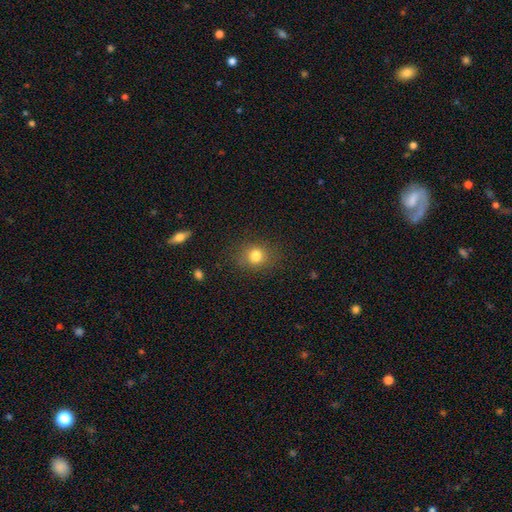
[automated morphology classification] smooth-or-featured: smooth: 79% | star or artifact: 13% | featured or disk: 8%
  how-rounded: round: 71% | in between: 28% | cigar-shaped: 1%
  merging: none: 83% | minor disturbance: 12% | major disturbance: 4% | merger: 1%